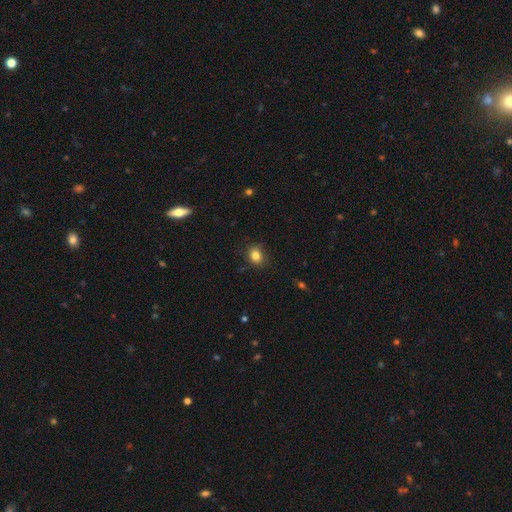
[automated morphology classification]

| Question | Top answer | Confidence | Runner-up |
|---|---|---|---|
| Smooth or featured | smooth | 83% | star or artifact (11%) |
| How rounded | round | 57% | in between (42%) |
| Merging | none | 82% | minor disturbance (14%) |